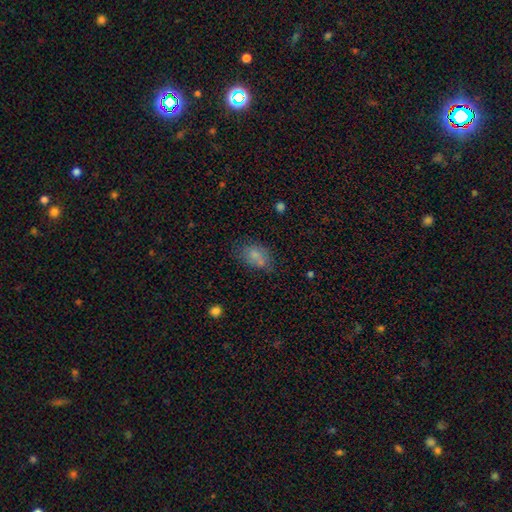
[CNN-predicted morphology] A smooth galaxy with no disk features (72%) that is in between round and cigar-shaped (76%). Merging: none (51%).